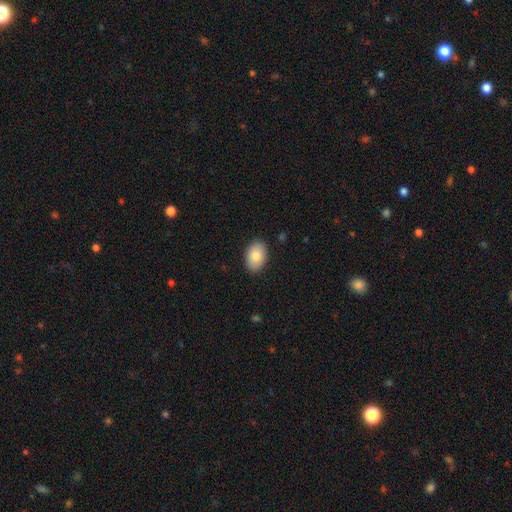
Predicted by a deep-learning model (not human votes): smooth 83%, featured or disk 11%, star or artifact 6%. Down the decision tree: how rounded — in between (90%); merging — none (89%).